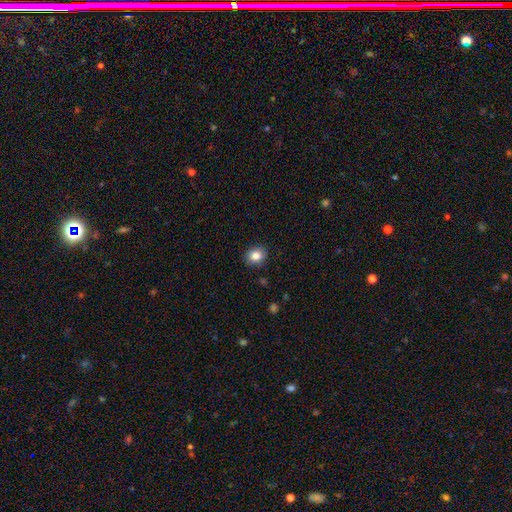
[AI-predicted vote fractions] Smooth or featured? Predicted: smooth (p=0.84). How rounded? Predicted: round (p=0.61). Merging? Predicted: none (p=0.89).